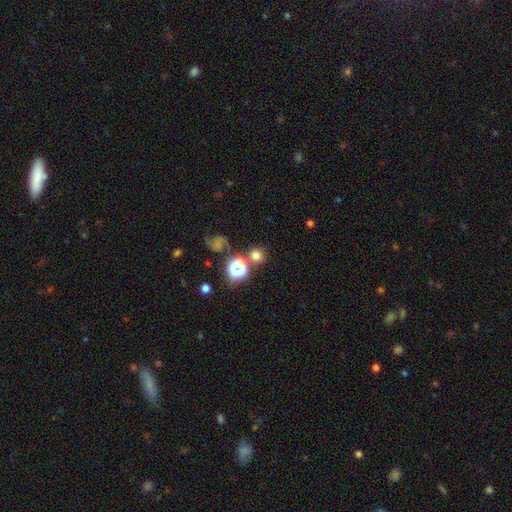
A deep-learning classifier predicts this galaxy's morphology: smooth 70%, star or artifact 21%, featured or disk 9%. Down the decision tree: how rounded — round (88%); merging — none (73%).